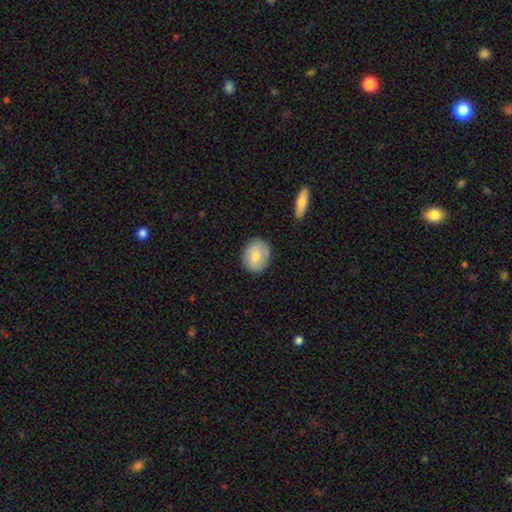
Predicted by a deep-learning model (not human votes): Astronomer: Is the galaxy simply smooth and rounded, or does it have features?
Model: smooth — 69%.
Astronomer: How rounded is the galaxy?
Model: round — 61% (runner-up: in between, 37%).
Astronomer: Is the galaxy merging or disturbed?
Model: none — 83%.